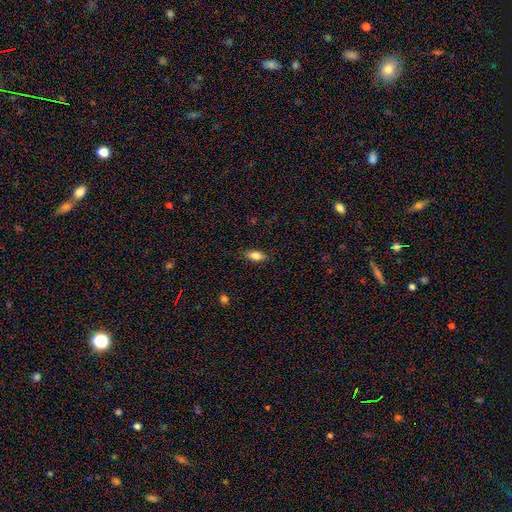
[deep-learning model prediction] Q: Smooth or featured?
A: smooth (80%); runner-up: featured or disk (12%)
Q: How rounded?
A: in between (80%); runner-up: cigar-shaped (16%)
Q: Merging?
A: none (85%); runner-up: minor disturbance (12%)